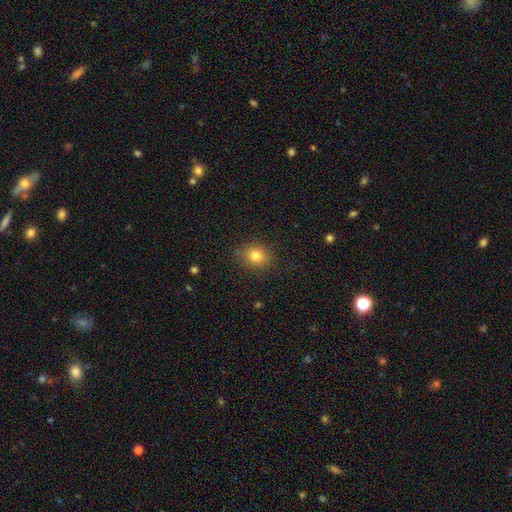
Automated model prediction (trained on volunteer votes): The model was most divided on "how rounded": round: 65%, in between: 34%, cigar-shaped: 1%. More confident: merging — none (85%); smooth or featured — smooth (81%).